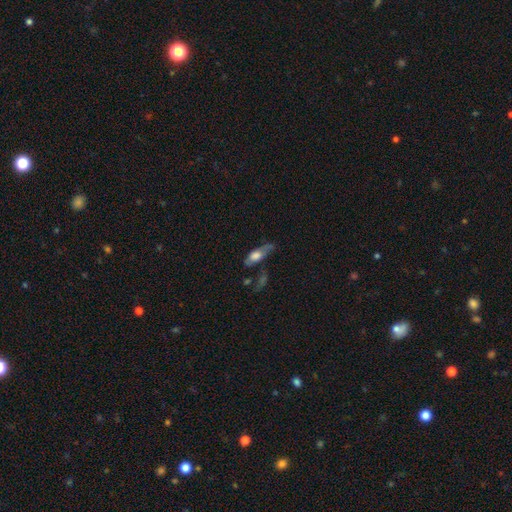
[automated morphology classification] This is possibly a smooth galaxy (51%). How rounded: likely in between (60%). Merging: possibly none (45%).